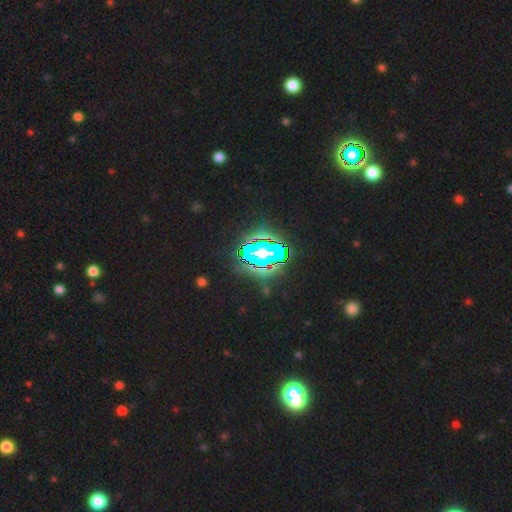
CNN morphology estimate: A star or artifact, not a galaxy (76%).